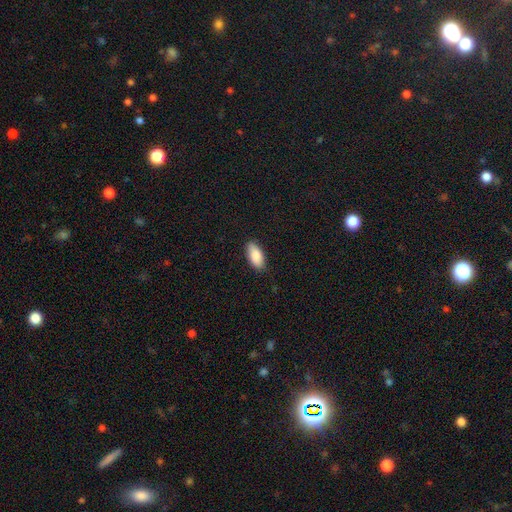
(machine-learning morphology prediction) This appears to be a smooth galaxy with no disk features (87%) that is in between round and cigar-shaped (90%). Merging: none (87%).